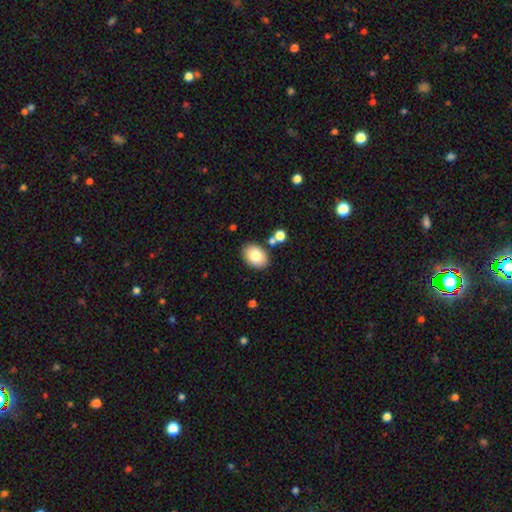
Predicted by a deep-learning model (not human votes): Smooth or featured?
  - smooth: 81% *
  - featured or disk: 11%
  - star or artifact: 8%
How rounded?
  - in between: 77% *
  - round: 22%
  - cigar-shaped: 1%
Merging?
  - none: 82% *
  - minor disturbance: 10%
  - merger: 5%
  - major disturbance: 2%